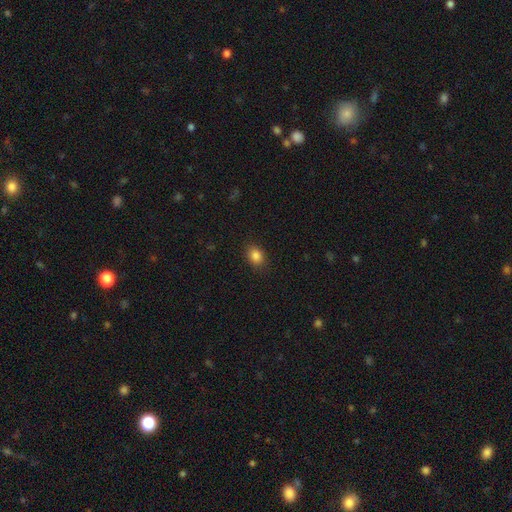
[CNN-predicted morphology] smooth_or_featured: smooth (p=0.85) [alt: star or artifact p=0.10]
how_rounded: in between (p=0.58) [alt: round p=0.41]
merging: none (p=0.88) [alt: minor disturbance p=0.09]